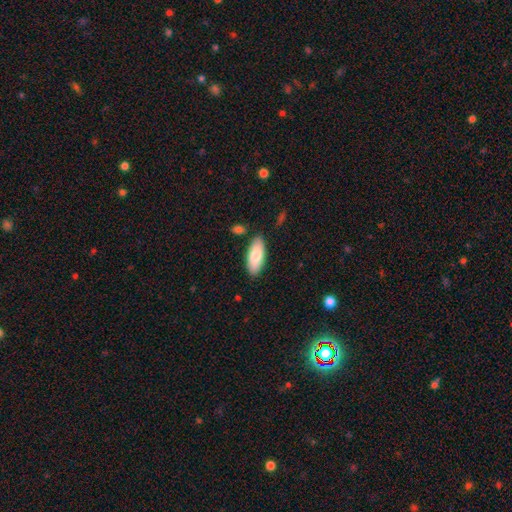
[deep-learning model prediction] smooth 83%, featured or disk 12%, star or artifact 5%. Down the decision tree: how rounded — in between (83%); merging — none (84%).